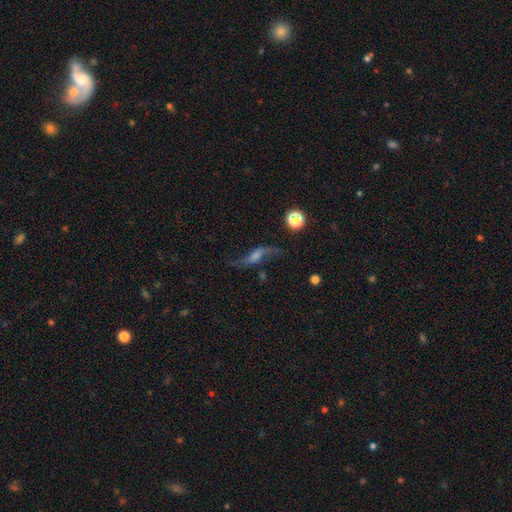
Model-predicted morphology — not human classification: smooth-or-featured: featured or disk: 74% | smooth: 15% | star or artifact: 11%
  disk-edge-on: no: 87% | yes: 13%
    bar: no: 41% | weak: 39% | strong: 20%
    has-spiral-arms: yes: 93% | no: 7%
      spiral-winding: loose: 94% | medium: 5% | tight: 2%
      spiral-arm-count: 2: 92% | 1: 4% | can't tell: 2% | 3: 1% | 4: 1% | more than 4: 1%
    bulge-size: small: 31% | none: 30% | moderate: 26% | large: 10% | dominant: 4%
  merging: none: 61% | minor disturbance: 17% | major disturbance: 16% | merger: 5%